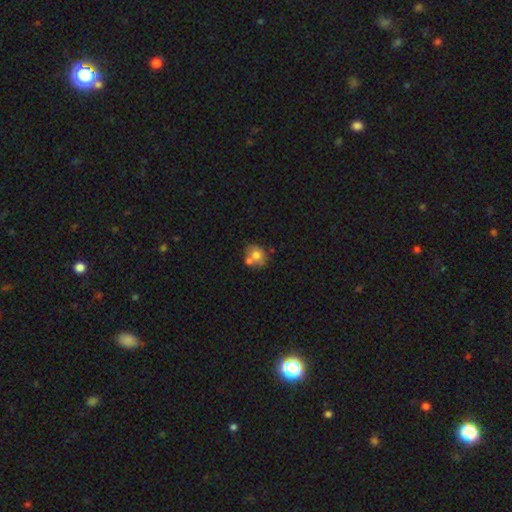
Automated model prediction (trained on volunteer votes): smooth-or-featured: smooth: 70% | featured or disk: 21% | star or artifact: 9%
  how-rounded: round: 62% | in between: 37% | cigar-shaped: 1%
  merging: none: 49% | merger: 32% | minor disturbance: 14% | major disturbance: 5%